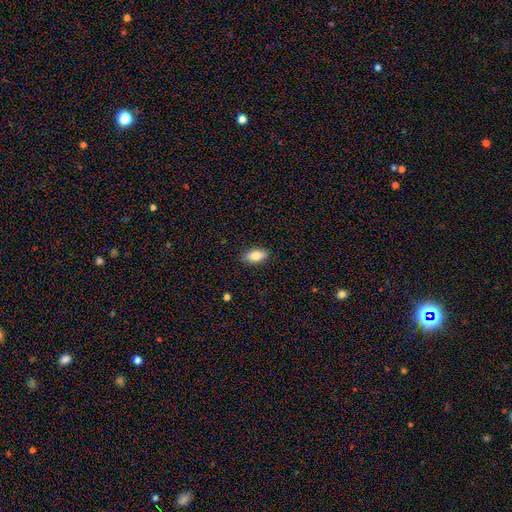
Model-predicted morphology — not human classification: smooth 84%, featured or disk 9%, star or artifact 7%. Down the decision tree: how rounded — in between (91%); merging — none (88%).